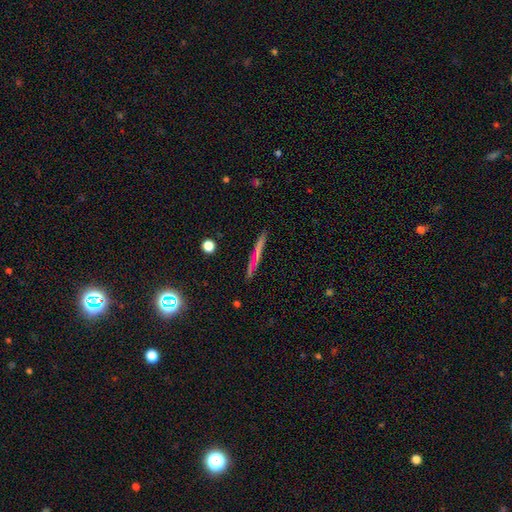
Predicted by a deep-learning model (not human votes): A smooth galaxy with no disk features (49%). Merging: none (85%).